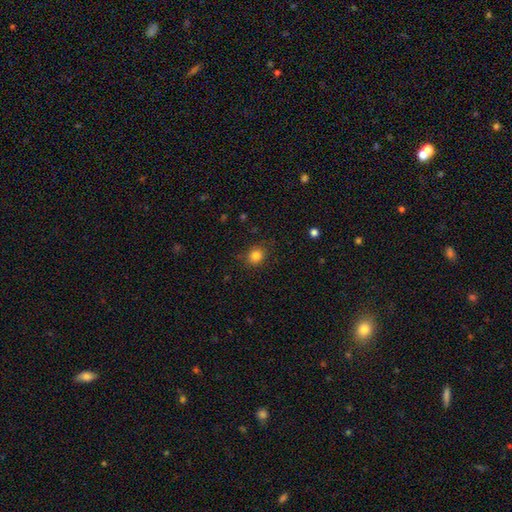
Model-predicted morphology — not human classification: Q: Smooth or featured?
A: smooth (83%); runner-up: star or artifact (11%)
Q: How rounded?
A: round (73%); runner-up: in between (26%)
Q: Merging?
A: none (85%); runner-up: minor disturbance (11%)